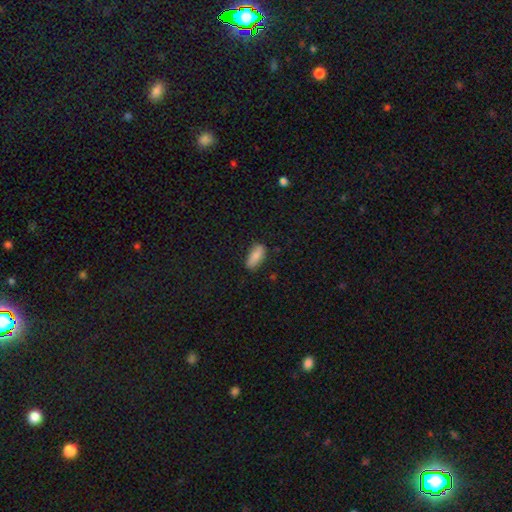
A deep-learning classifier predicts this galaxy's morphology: This is clearly a smooth galaxy (85%). How rounded: clearly in between (81%). Merging: likely none (79%).